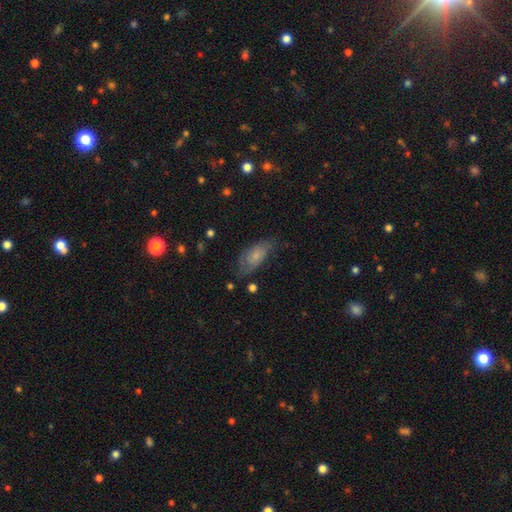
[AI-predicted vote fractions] Morphology: type=smooth (53%); roundness=in between (86%); merging=none (52%).